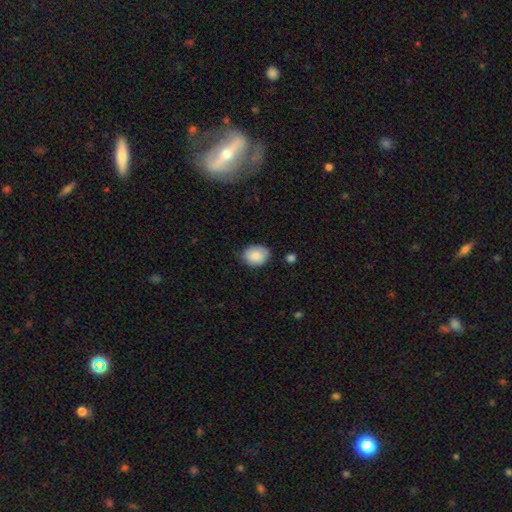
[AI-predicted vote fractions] smooth-or-featured: smooth: 85% | featured or disk: 9% | star or artifact: 7%
  how-rounded: in between: 58% | round: 41% | cigar-shaped: 1%
  merging: none: 76% | minor disturbance: 19% | major disturbance: 3% | merger: 2%